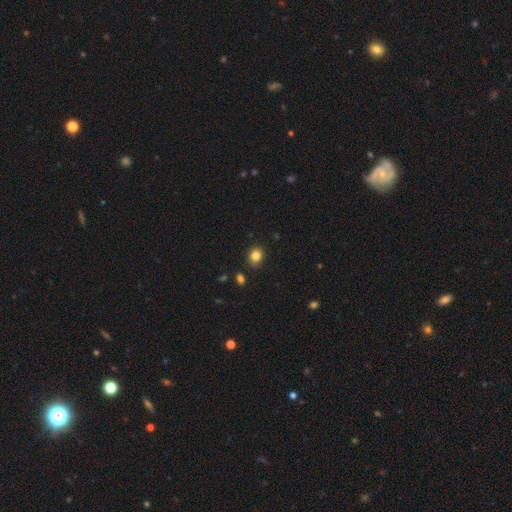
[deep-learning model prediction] smooth 83%, star or artifact 11%, featured or disk 6%. Down the decision tree: how rounded — round (58%); merging — none (84%).